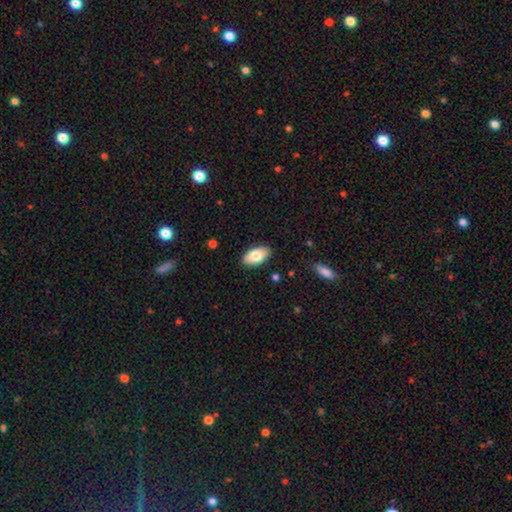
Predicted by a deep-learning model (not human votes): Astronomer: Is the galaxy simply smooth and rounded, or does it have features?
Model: smooth — 80%.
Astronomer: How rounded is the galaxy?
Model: in between — 95%.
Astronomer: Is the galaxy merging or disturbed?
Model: none — 88%.